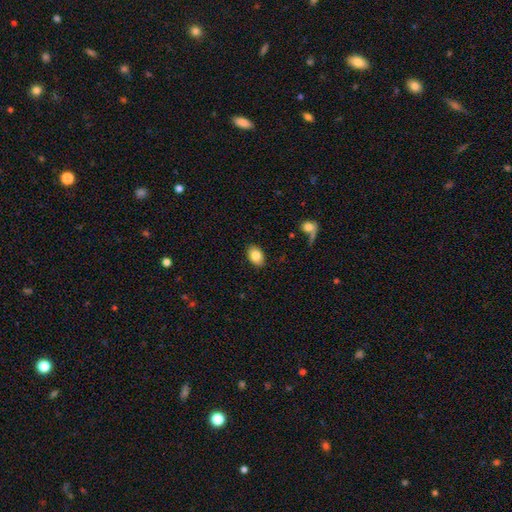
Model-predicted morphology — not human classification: Smooth or featured: smooth — 84% (featured or disk — 8%)
How rounded: in between — 84% (round — 15%)
Merging: none — 88% (minor disturbance — 9%)